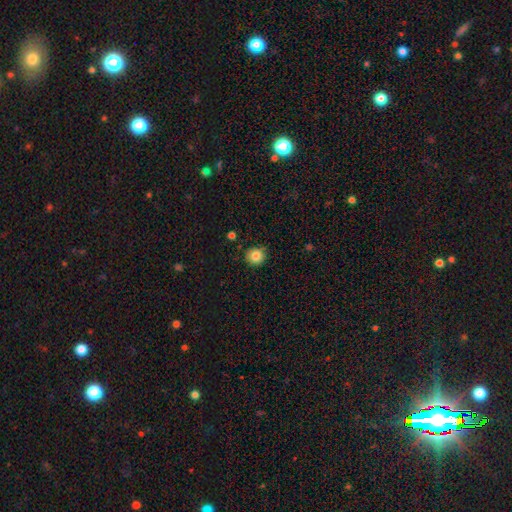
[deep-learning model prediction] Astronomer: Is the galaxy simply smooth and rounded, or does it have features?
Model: smooth — 83%.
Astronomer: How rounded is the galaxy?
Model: round — 93%.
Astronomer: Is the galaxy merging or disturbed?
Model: none — 87%.